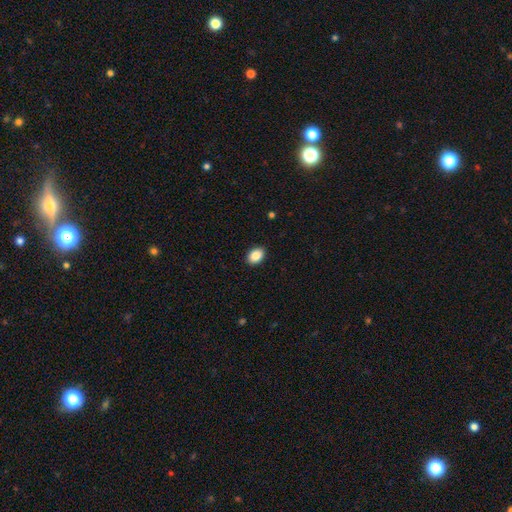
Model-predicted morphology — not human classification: smooth-or-featured: smooth: 87% | star or artifact: 8% | featured or disk: 5%
  how-rounded: in between: 78% | round: 21% | cigar-shaped: 1%
  merging: none: 90% | minor disturbance: 7% | major disturbance: 2% | merger: 1%